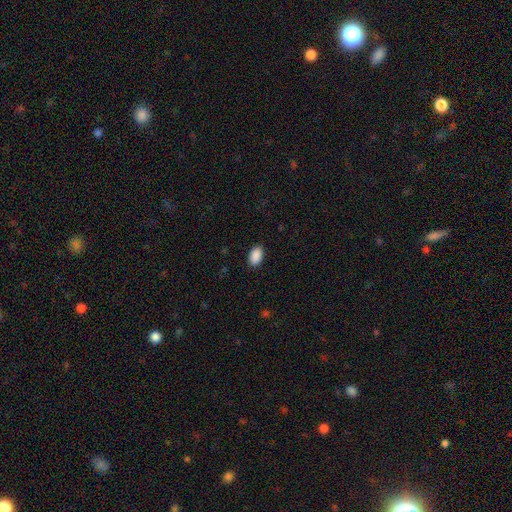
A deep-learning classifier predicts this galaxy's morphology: Overall: smooth (91%). How rounded: in between (92%). Merging: none (88%).